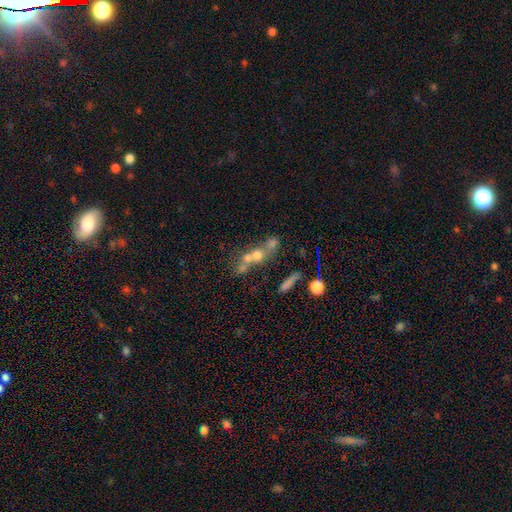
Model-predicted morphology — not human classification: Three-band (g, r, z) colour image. It shows a smooth galaxy with no disk features (43%). Merging: merger (54%).